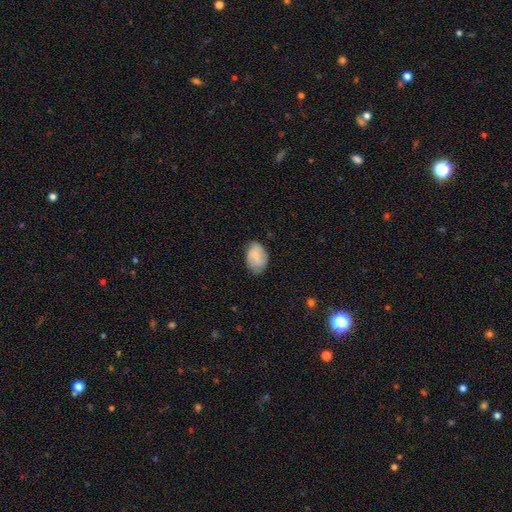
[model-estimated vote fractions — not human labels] Smooth or featured?
  - smooth: 68% *
  - featured or disk: 25%
  - star or artifact: 7%
How rounded?
  - in between: 85% *
  - round: 14%
  - cigar-shaped: 1%
Merging?
  - none: 69% *
  - minor disturbance: 25%
  - major disturbance: 5%
  - merger: 1%